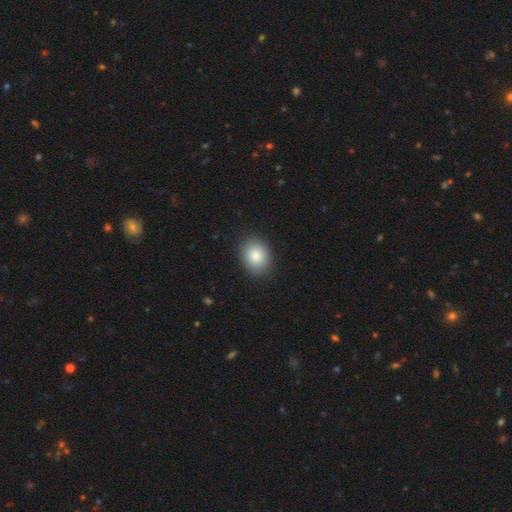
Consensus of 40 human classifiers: Smooth or featured?
  - smooth: 98% *
  - featured or disk: 2%
  - star or artifact: 0%
How rounded?
  - in between: 54% *
  - round: 46%
  - cigar-shaped: 0%
Merging?
  - none: 92% *
  - minor disturbance: 8%
  - major disturbance: 0%
  - merger: 0%